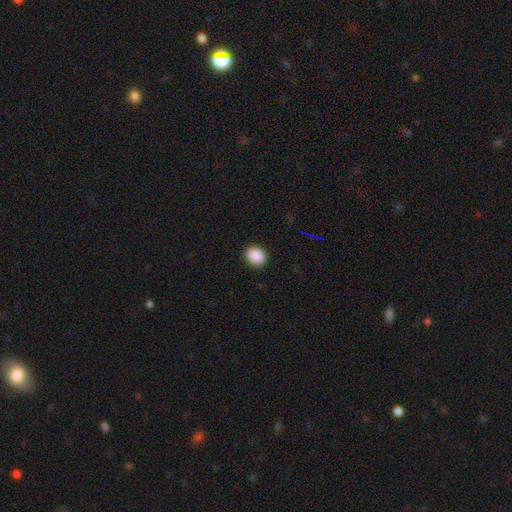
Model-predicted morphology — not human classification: Smooth or featured? smooth (89%)
How rounded? round (68%)
Merging? none (91%)